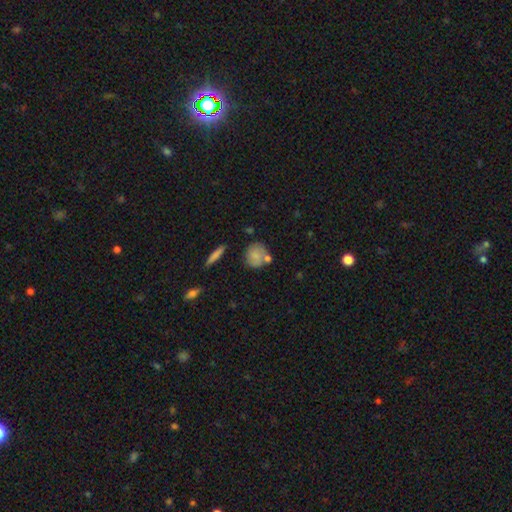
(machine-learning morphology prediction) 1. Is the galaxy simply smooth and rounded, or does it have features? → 75% smooth, 17% featured or disk, 8% star or artifact.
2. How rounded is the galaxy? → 78% round, 20% in between, 2% cigar-shaped.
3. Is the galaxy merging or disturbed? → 59% none, 19% merger, 17% minor disturbance, 5% major disturbance.